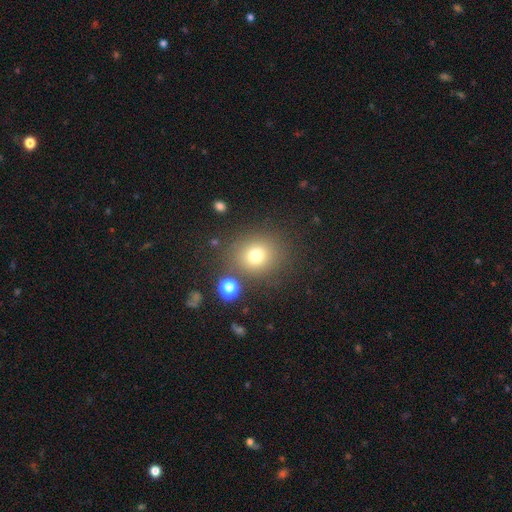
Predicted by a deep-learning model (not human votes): Overall: smooth (75%). How rounded: round (77%). Merging: none (80%).